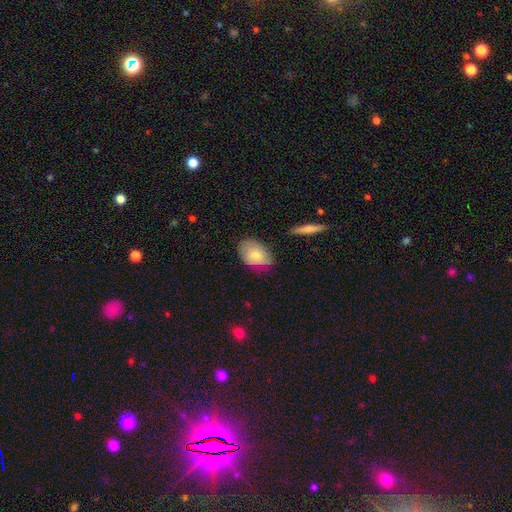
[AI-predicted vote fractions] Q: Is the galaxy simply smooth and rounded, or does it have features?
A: smooth — 72%.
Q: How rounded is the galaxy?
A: in between — 85%.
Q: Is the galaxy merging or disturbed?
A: none — 72%.